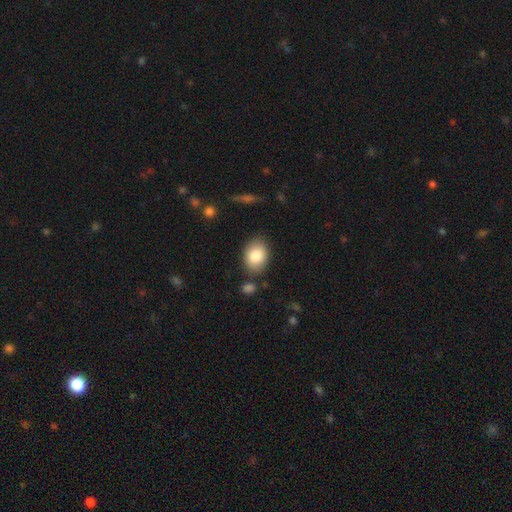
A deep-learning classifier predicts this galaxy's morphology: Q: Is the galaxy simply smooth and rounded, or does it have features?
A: smooth — 83%.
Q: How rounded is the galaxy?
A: in between — 73%.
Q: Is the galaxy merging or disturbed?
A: none — 82%.